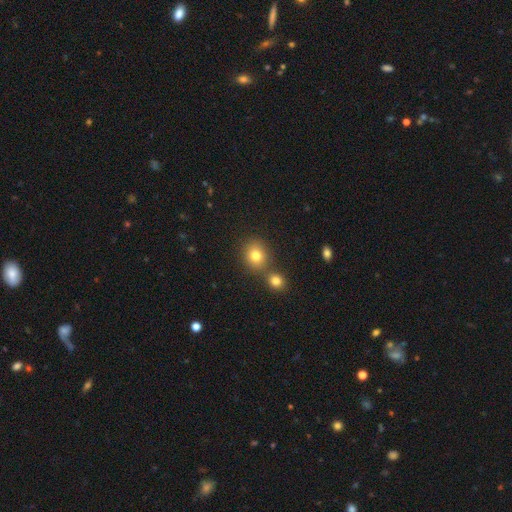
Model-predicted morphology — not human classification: Q: Smooth or featured?
A: smooth (79%); runner-up: star or artifact (13%)
Q: How rounded?
A: round (80%); runner-up: in between (19%)
Q: Merging?
A: none (67%); runner-up: merger (21%)